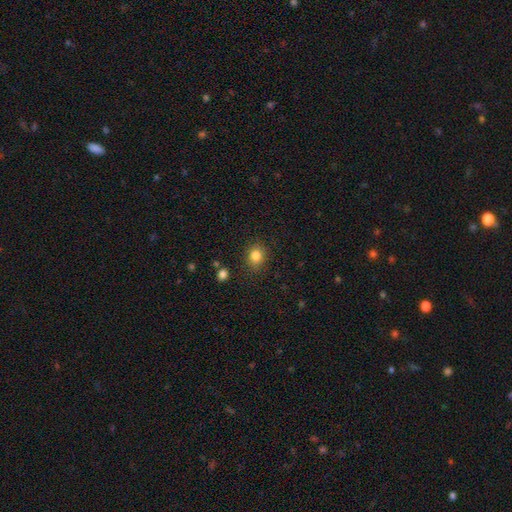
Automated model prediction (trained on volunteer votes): This appears to be a smooth galaxy with no disk features (83%) that is round (67%). Merging: none (86%).